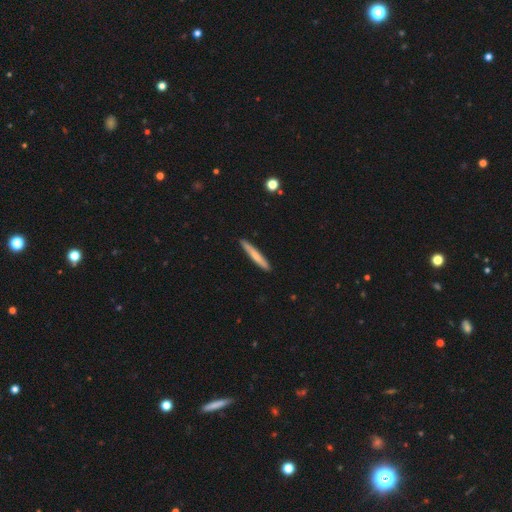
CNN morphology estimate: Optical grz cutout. It shows a smooth galaxy with no disk features (69%) that is cigar-shaped (96%). Merging: none (90%).